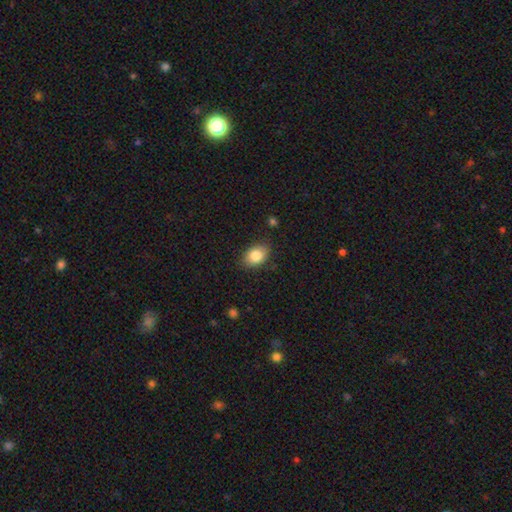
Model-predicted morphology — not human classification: Smooth or featured: smooth — 84% (featured or disk — 8%)
How rounded: in between — 84% (round — 15%)
Merging: none — 83% (minor disturbance — 13%)